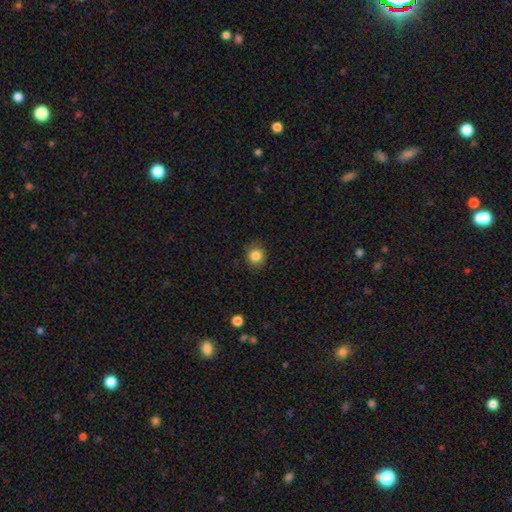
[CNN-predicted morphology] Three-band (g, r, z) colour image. It shows a smooth galaxy with no disk features (84%) that is round (84%). Merging: none (86%).